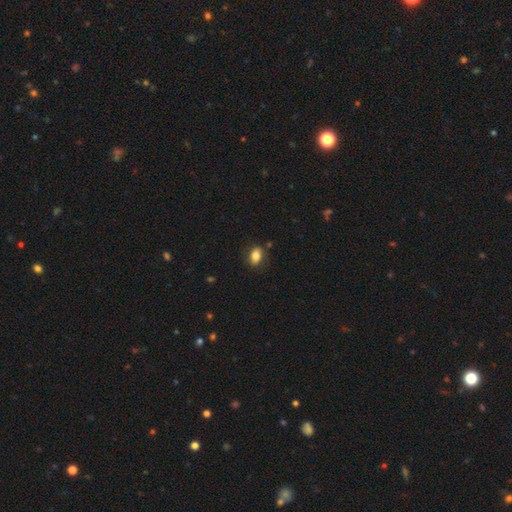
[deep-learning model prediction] Smooth or featured? smooth (84%)
How rounded? in between (83%)
Merging? none (82%)